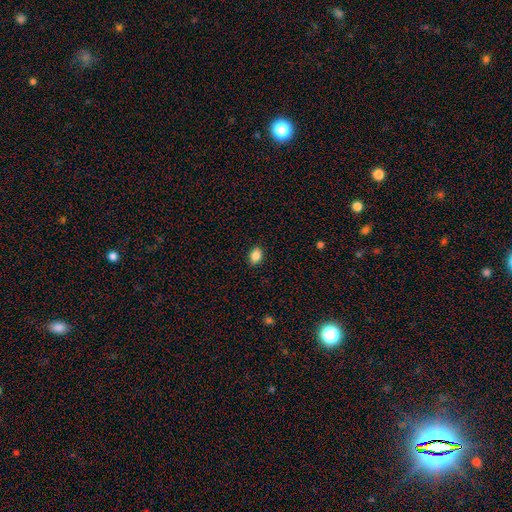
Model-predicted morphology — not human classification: smooth-or-featured: smooth: 86% | star or artifact: 9% | featured or disk: 4%
  how-rounded: in between: 76% | round: 23% | cigar-shaped: 1%
  merging: none: 88% | minor disturbance: 9% | major disturbance: 2% | merger: 1%